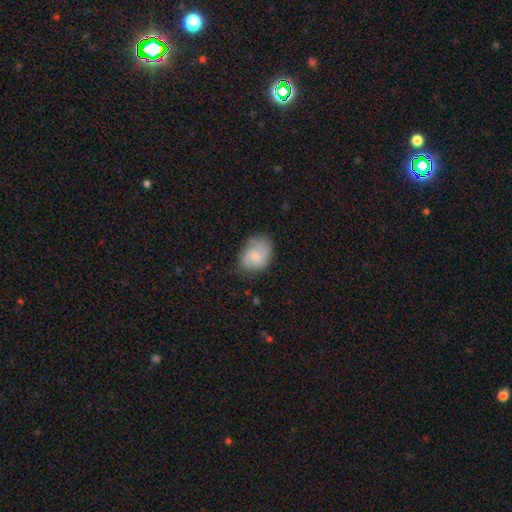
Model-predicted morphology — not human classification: Q: Smooth or featured?
A: smooth (62%); runner-up: featured or disk (30%)
Q: How rounded?
A: in between (68%); runner-up: round (31%)
Q: Merging?
A: none (62%); runner-up: minor disturbance (27%)